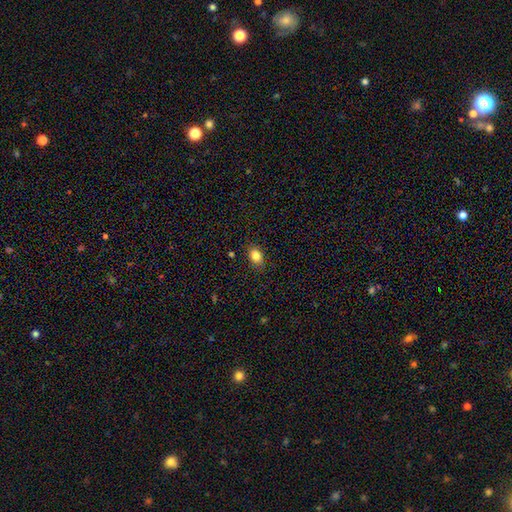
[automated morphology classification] A smooth galaxy with no disk features (83%) that is in between round and cigar-shaped (76%). Merging: none (87%).